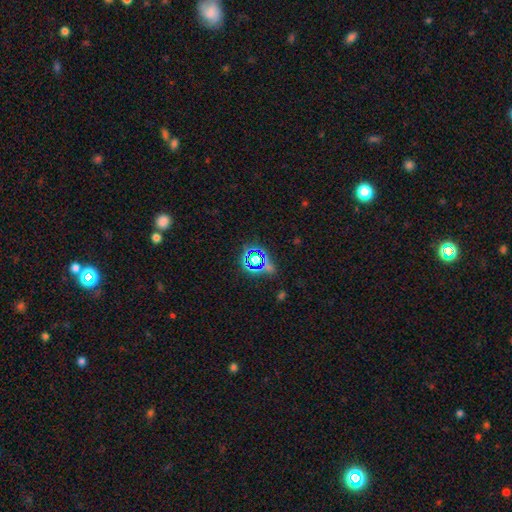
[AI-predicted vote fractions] Smooth or featured? star or artifact (65%)